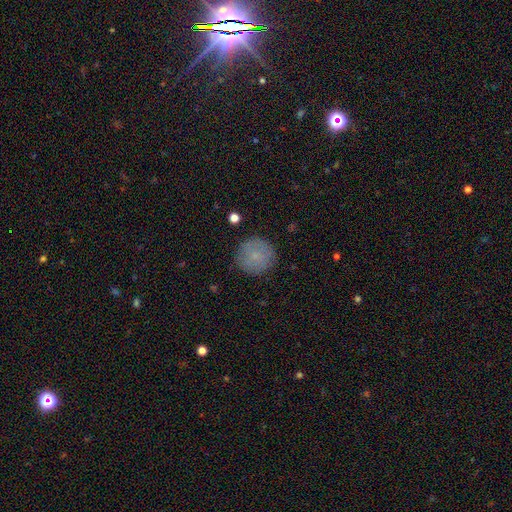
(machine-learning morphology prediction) Overall: smooth (78%). How rounded: round (94%). Merging: none (86%).